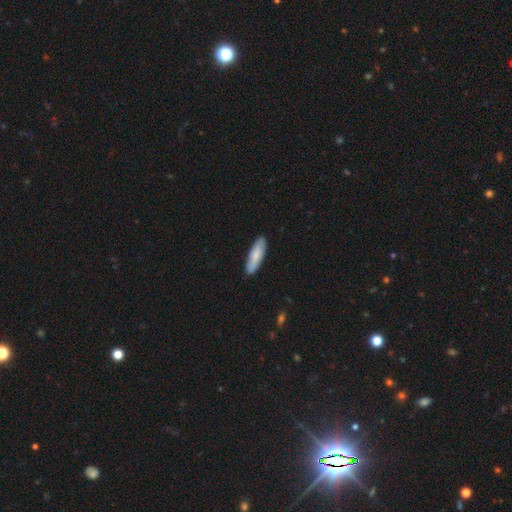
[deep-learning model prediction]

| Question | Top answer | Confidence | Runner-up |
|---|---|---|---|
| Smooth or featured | smooth | 78% | featured or disk (17%) |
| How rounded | cigar-shaped | 57% | in between (42%) |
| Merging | none | 89% | minor disturbance (8%) |